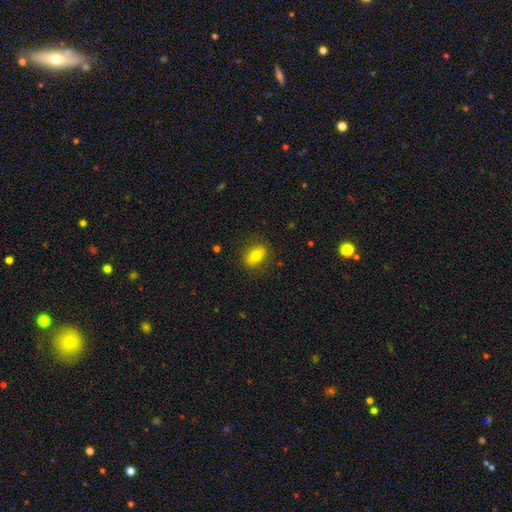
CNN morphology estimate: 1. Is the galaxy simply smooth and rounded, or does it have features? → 72% smooth, 20% featured or disk, 8% star or artifact.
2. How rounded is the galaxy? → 77% in between, 16% round, 7% cigar-shaped.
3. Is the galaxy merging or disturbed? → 84% none, 11% minor disturbance, 3% major disturbance, 1% merger.